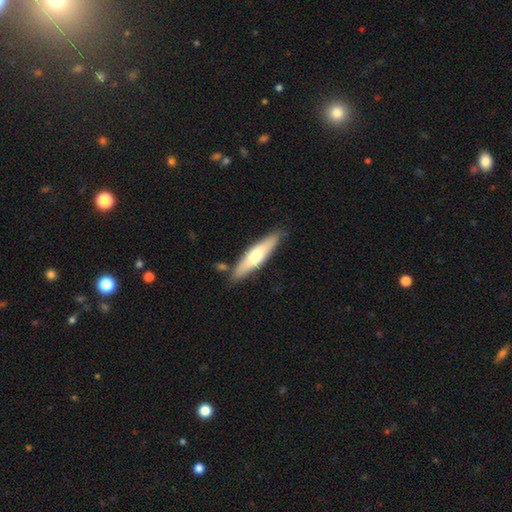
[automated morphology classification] This appears to be a smooth galaxy with no disk features (53%) that is cigar-shaped (78%). Merging: none (83%).